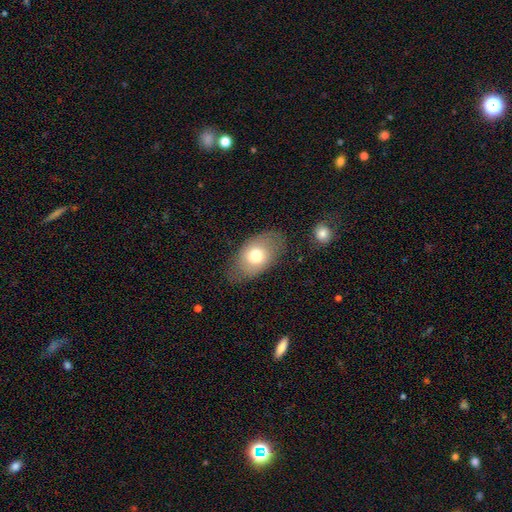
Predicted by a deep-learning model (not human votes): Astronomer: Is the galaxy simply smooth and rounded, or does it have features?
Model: smooth — 70%.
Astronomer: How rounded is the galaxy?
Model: in between — 88%.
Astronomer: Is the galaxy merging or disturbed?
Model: none — 74%.